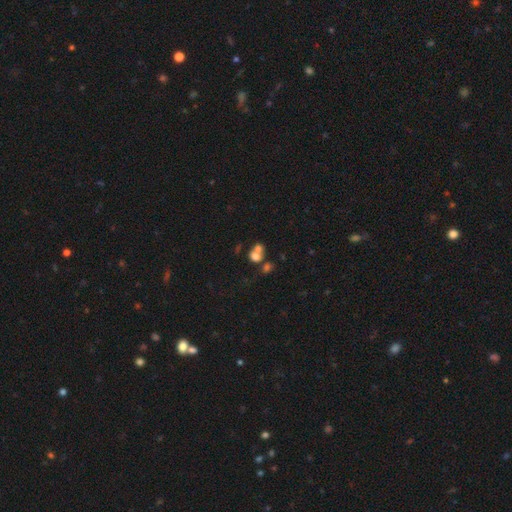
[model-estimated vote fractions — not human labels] Smooth or featured?
  - smooth: 68% *
  - featured or disk: 17%
  - star or artifact: 16%
How rounded?
  - round: 68% *
  - in between: 31%
  - cigar-shaped: 1%
Merging?
  - merger: 53% *
  - none: 33%
  - minor disturbance: 8%
  - major disturbance: 6%